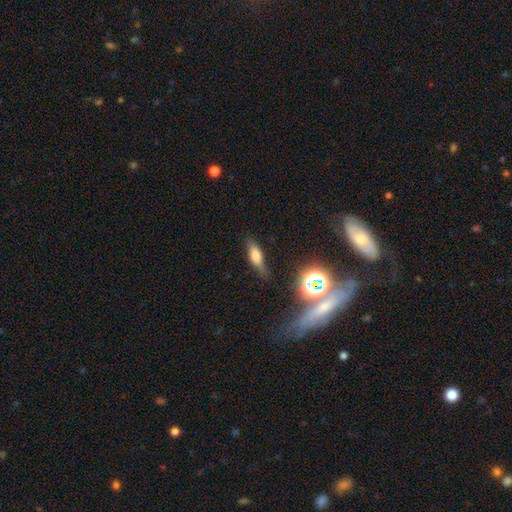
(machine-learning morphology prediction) smooth 62%, featured or disk 23%, star or artifact 14%. Down the decision tree: how rounded — in between (53%); merging — none (63%).